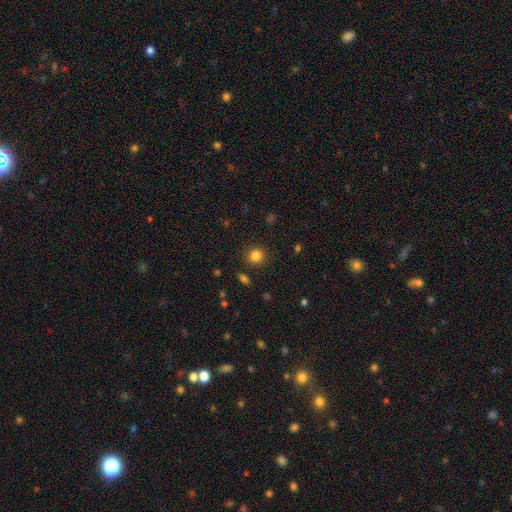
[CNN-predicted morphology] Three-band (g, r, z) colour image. It shows a smooth galaxy with no disk features (83%) that is round (87%). Merging: none (88%).